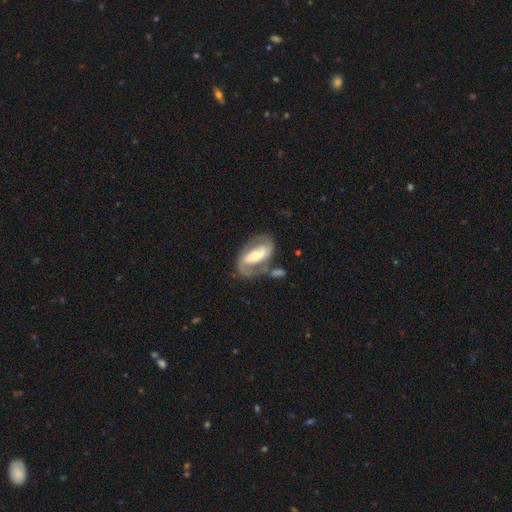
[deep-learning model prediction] This appears to be a featured or disk galaxy (82%) with a strong bar (51%), 2 (86%) medium (47%) spiral arms (91%) and a moderate central bulge (53%). Merging: none (60%).